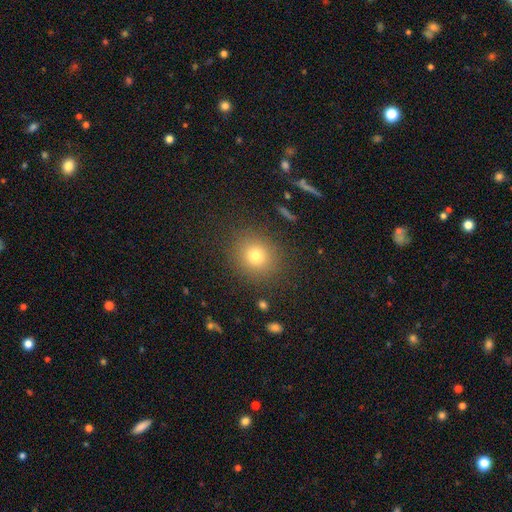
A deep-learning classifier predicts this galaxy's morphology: type=smooth (76%); roundness=round (85%); merging=none (88%).